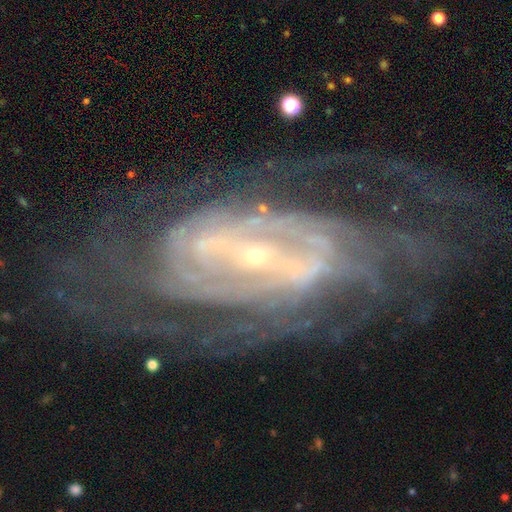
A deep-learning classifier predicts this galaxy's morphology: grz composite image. It shows a featured or disk galaxy (89%) with a strong bar (48%), 2 (30%) tight (54%) spiral arms (96%) and a small central bulge (84%). Merging: none (61%).